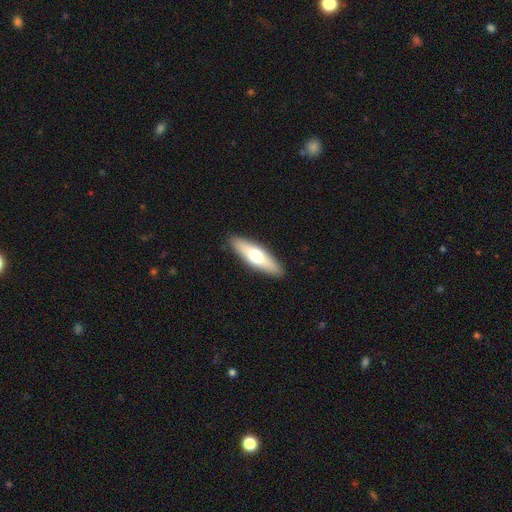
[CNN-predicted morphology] Smooth or featured?
  - smooth: 58% *
  - featured or disk: 36%
  - star or artifact: 5%
How rounded?
  - cigar-shaped: 58% *
  - in between: 40%
  - round: 2%
Merging?
  - none: 90% *
  - minor disturbance: 7%
  - major disturbance: 2%
  - merger: 1%